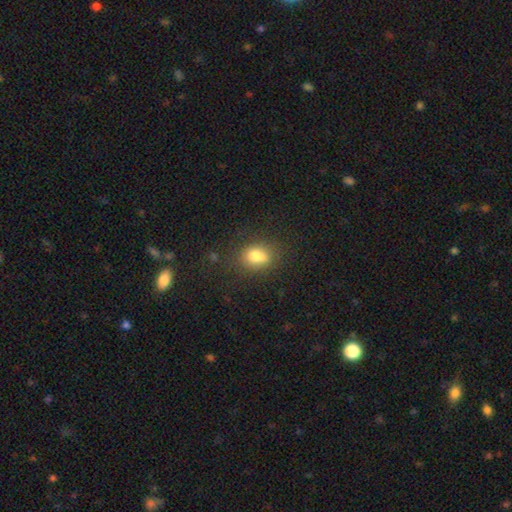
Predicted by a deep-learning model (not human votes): Smooth or featured?
  - smooth: 78% *
  - star or artifact: 12%
  - featured or disk: 11%
How rounded?
  - in between: 56% *
  - round: 42%
  - cigar-shaped: 2%
Merging?
  - none: 67% *
  - minor disturbance: 19%
  - merger: 8%
  - major disturbance: 6%